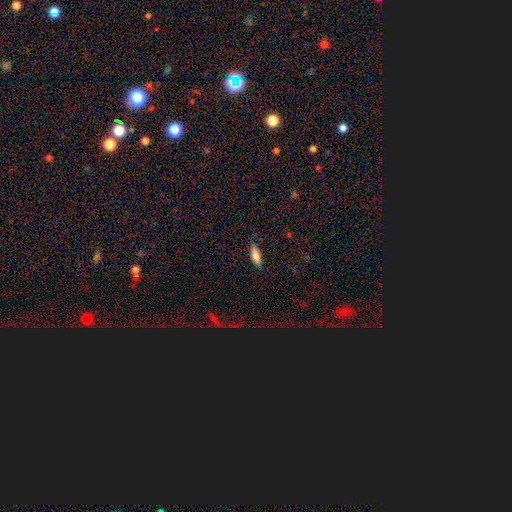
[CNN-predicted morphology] type=smooth (79%); roundness=in between (69%); merging=none (84%).